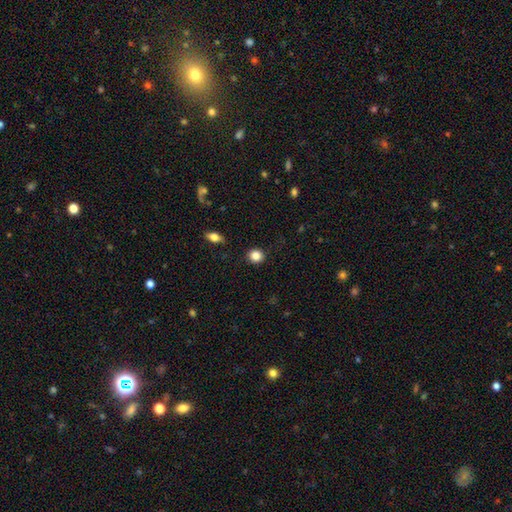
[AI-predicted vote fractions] This appears to be a smooth galaxy with no disk features (86%) that is round (87%). Merging: none (89%).